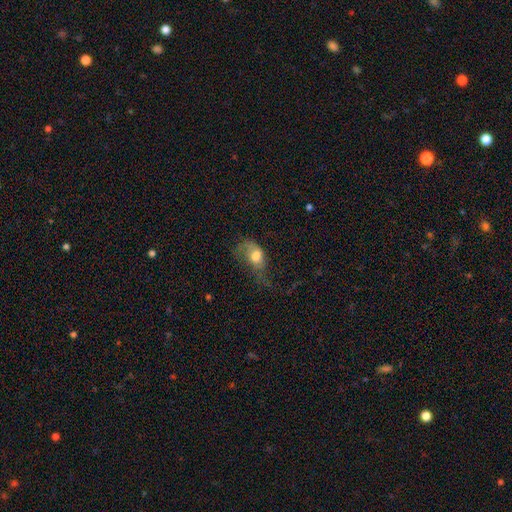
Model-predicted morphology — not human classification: Smooth or featured?
  - smooth: 61% *
  - featured or disk: 30%
  - star or artifact: 9%
How rounded?
  - in between: 79% *
  - round: 17%
  - cigar-shaped: 3%
Merging?
  - major disturbance: 51% *
  - minor disturbance: 25%
  - none: 21%
  - merger: 3%